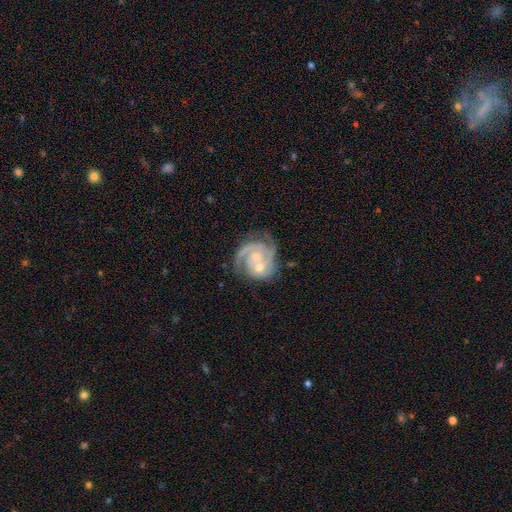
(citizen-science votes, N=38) This appears to be a featured or disk galaxy (76%) with no bar (54%), 2 (63%) medium (44%) spiral arms (96%) and a moderate central bulge (75%). Merging: merger (86%).